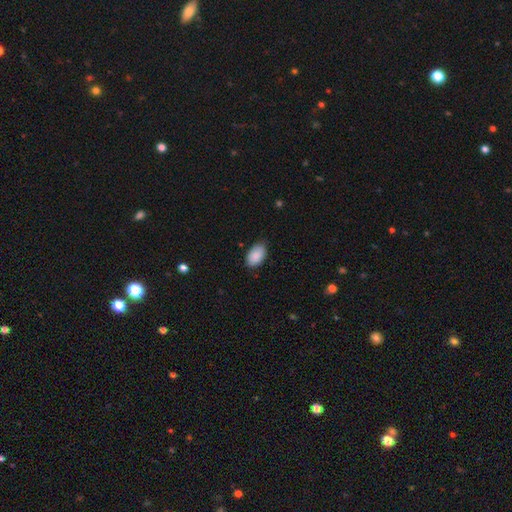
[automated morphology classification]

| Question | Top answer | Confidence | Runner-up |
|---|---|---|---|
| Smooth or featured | smooth | 89% | star or artifact (6%) |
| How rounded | in between | 93% | round (5%) |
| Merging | none | 78% | minor disturbance (19%) |